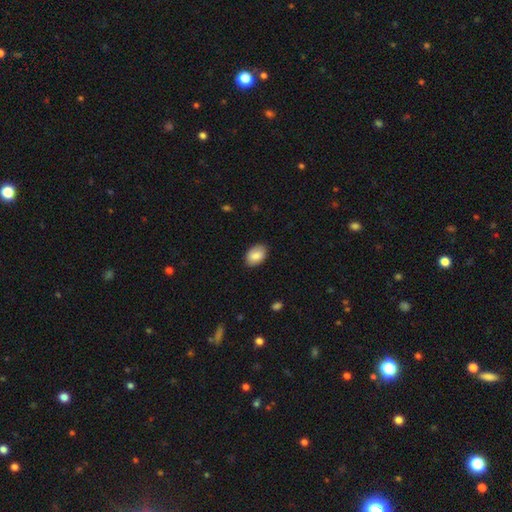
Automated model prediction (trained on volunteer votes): Smooth or featured? Predicted: smooth (p=0.86). How rounded? Predicted: in between (p=0.85). Merging? Predicted: none (p=0.85).